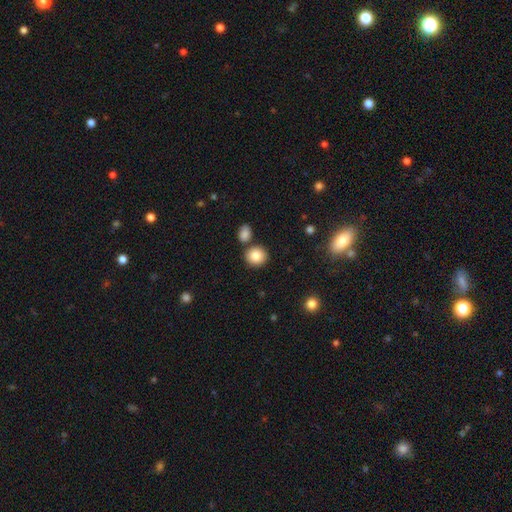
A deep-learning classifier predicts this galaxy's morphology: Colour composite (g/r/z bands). It shows a smooth galaxy with no disk features (84%) that is round (82%). Merging: none (77%).